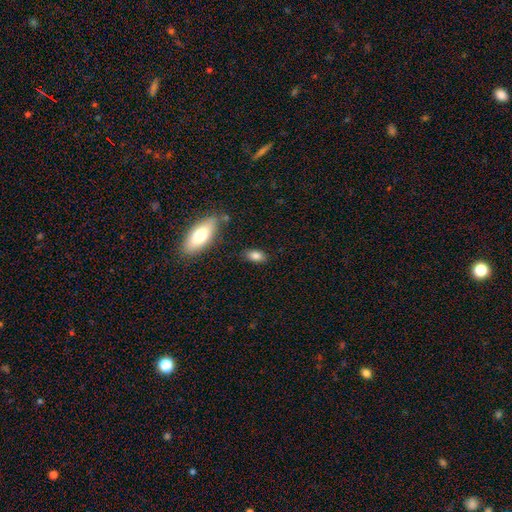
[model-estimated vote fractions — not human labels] This is clearly a smooth galaxy (83%). How rounded: clearly in between (87%). Merging: clearly none (81%).